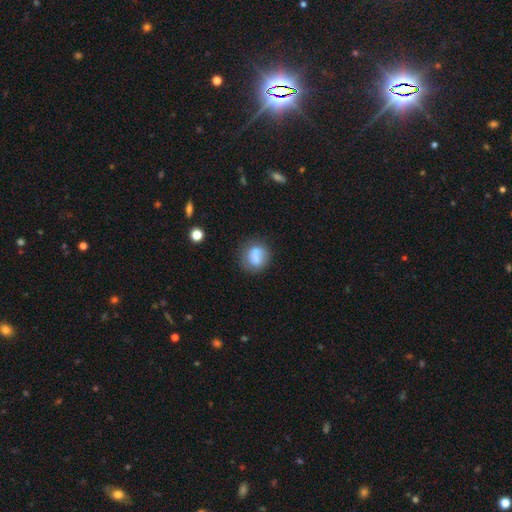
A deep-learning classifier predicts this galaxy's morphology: A smooth galaxy with no disk features (68%) that is round (72%). Merging: none (51%).